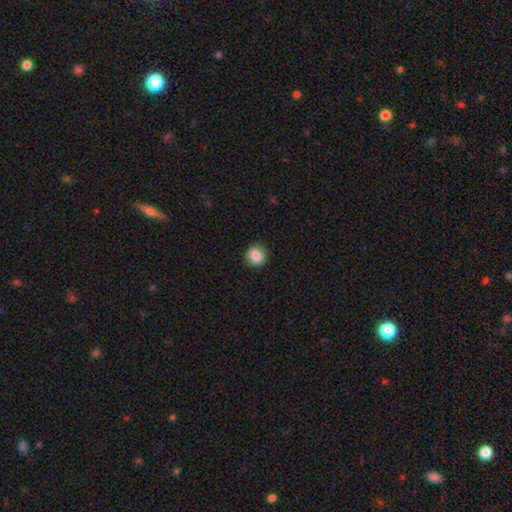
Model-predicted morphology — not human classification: smooth_or_featured: smooth (p=0.84) [alt: star or artifact p=0.09]
how_rounded: round (p=0.81) [alt: in between p=0.18]
merging: none (p=0.86) [alt: minor disturbance p=0.10]